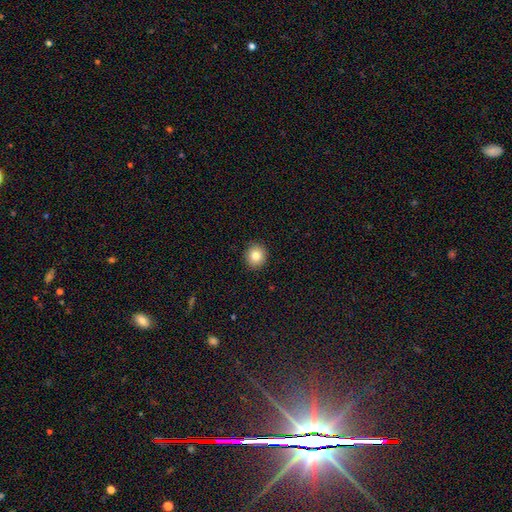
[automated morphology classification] Overall: smooth (81%). How rounded: round (88%). Merging: none (91%).